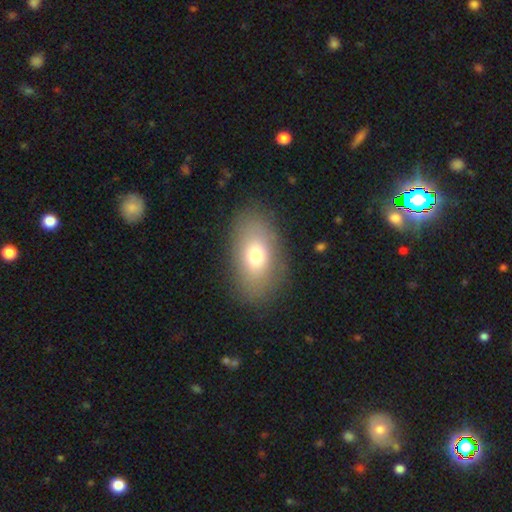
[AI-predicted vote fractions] smooth-or-featured: smooth: 72% | featured or disk: 18% | star or artifact: 10%
  how-rounded: in between: 89% | round: 9% | cigar-shaped: 2%
  merging: none: 85% | minor disturbance: 10% | major disturbance: 4% | merger: 1%